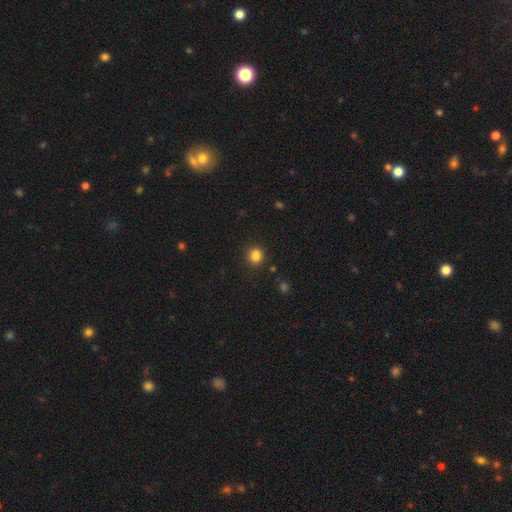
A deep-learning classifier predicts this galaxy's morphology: A smooth galaxy with no disk features (84%) that is round (80%). Merging: none (85%).